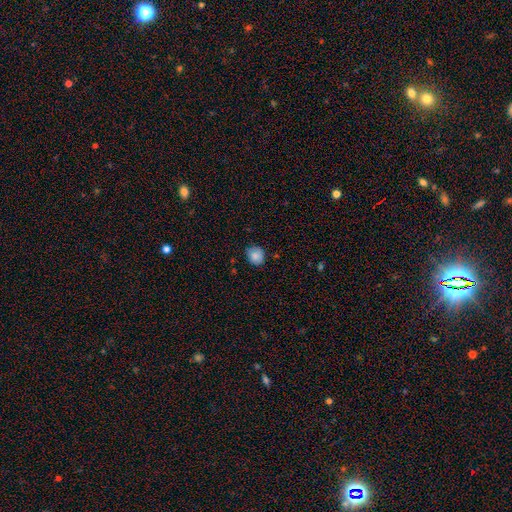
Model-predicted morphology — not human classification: smooth_or_featured: smooth (p=0.85) [alt: star or artifact p=0.09]
how_rounded: round (p=0.79) [alt: in between p=0.20]
merging: none (p=0.79) [alt: minor disturbance p=0.17]